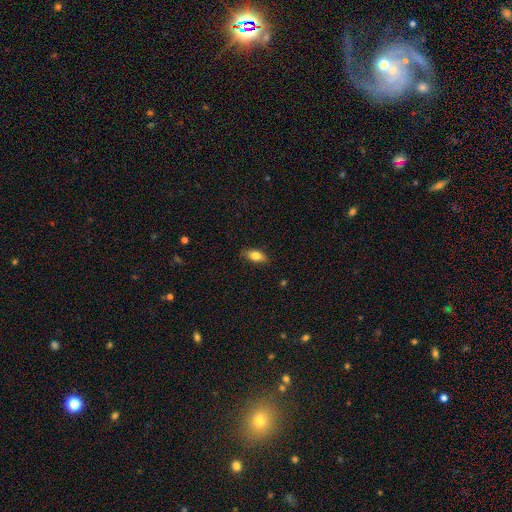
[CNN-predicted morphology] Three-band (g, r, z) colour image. It shows a smooth galaxy with no disk features (79%) that is in between round and cigar-shaped (84%). Merging: none (82%).